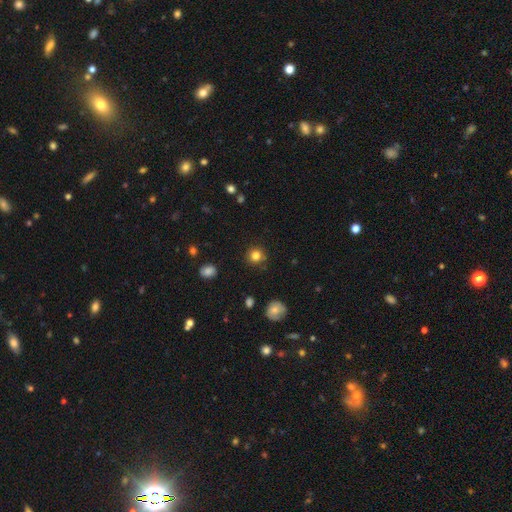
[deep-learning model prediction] Morphology: type=smooth (82%); roundness=round (94%); merging=none (88%).